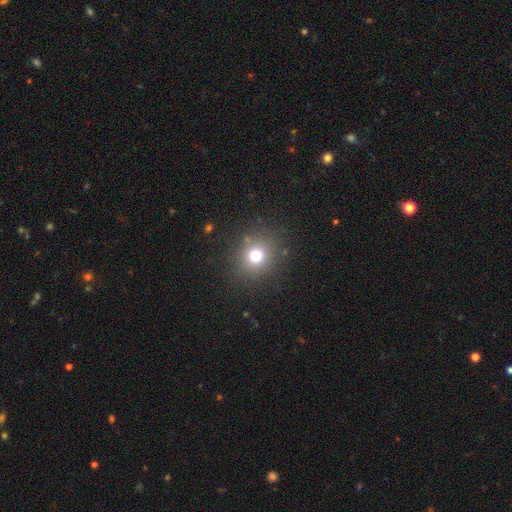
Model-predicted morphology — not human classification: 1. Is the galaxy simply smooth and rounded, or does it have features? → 74% smooth, 17% star or artifact, 9% featured or disk.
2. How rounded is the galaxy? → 81% round, 18% in between, 1% cigar-shaped.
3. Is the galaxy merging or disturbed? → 86% none, 8% minor disturbance, 4% major disturbance, 2% merger.